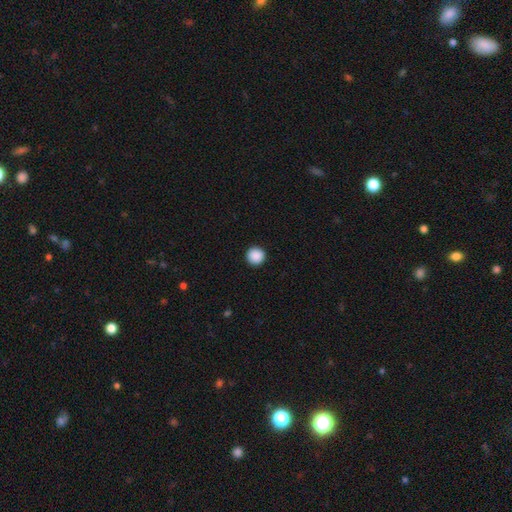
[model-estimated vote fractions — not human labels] A smooth galaxy with no disk features (89%) that is round (96%). Merging: none (93%).